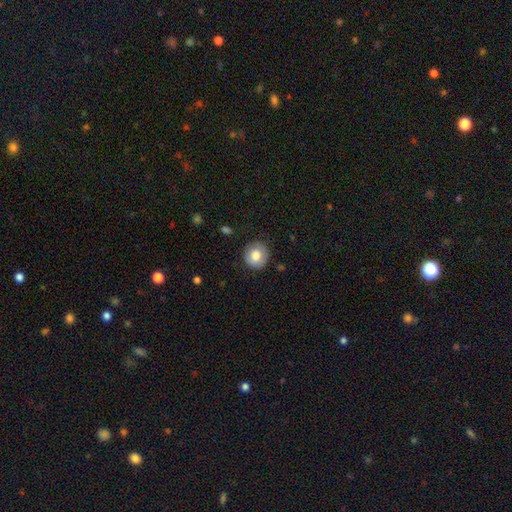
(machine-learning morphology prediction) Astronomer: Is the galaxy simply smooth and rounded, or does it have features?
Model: smooth — 80%.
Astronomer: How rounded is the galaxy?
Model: round — 89%.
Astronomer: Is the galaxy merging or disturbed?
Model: none — 87%.